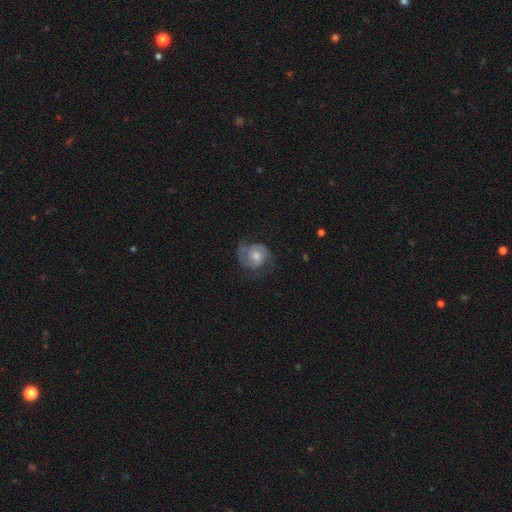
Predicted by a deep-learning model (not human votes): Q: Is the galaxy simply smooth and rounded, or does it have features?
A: featured or disk — 67%.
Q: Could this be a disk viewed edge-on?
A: no — 98%.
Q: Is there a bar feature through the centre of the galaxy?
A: no — 72%.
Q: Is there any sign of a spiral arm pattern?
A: yes — 90%.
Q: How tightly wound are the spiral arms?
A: medium — 43%.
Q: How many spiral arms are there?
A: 2 — 73%.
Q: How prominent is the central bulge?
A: moderate — 54%.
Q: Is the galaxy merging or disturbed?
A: none — 60%.